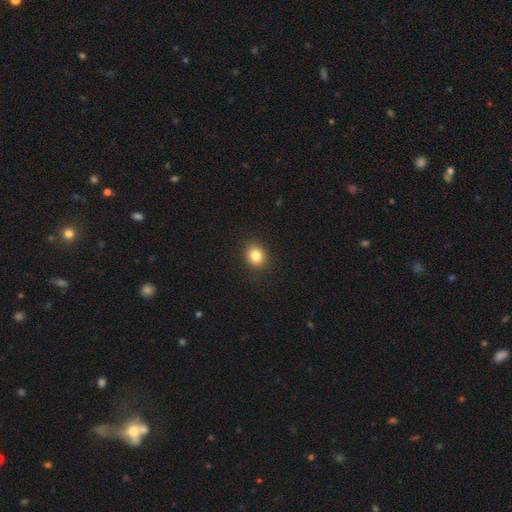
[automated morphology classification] Smooth or featured? smooth (83%)
How rounded? round (69%)
Merging? none (90%)